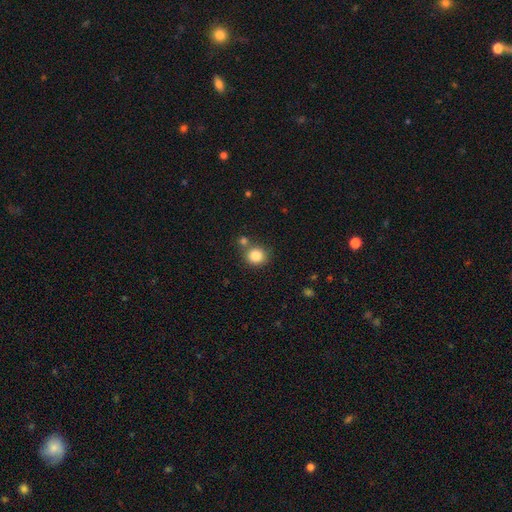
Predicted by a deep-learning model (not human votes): A smooth galaxy with no disk features (83%) that is round (85%).

Vote fractions:
- Smooth or featured? smooth: 83% / star or artifact: 10% / featured or disk: 6%
- How rounded? round: 85% / in between: 14% / cigar-shaped: 1%
- Merging? none: 69% / merger: 18% / minor disturbance: 10% / major disturbance: 3%